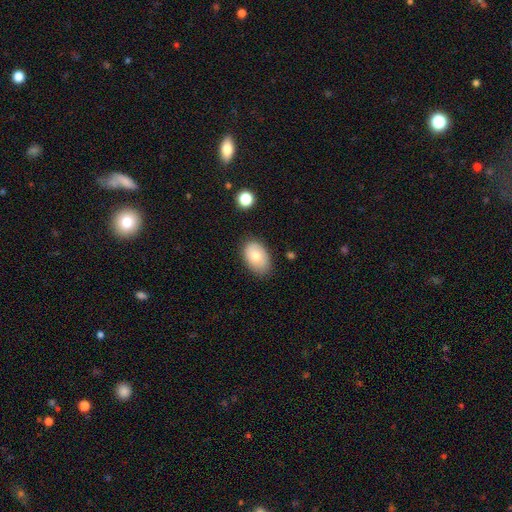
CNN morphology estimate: type=smooth (76%); roundness=in between (89%); merging=none (80%).